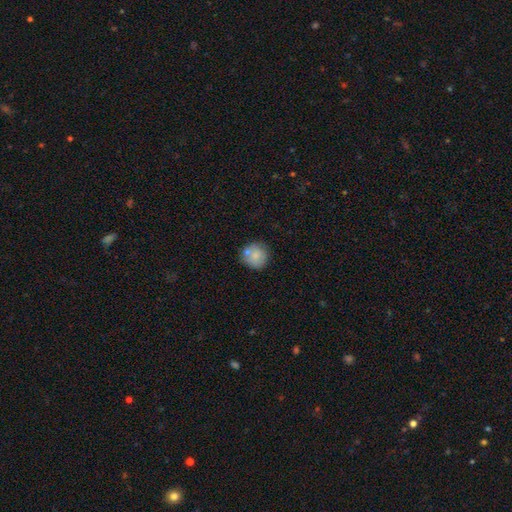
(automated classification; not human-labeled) Overall: smooth (79%). How rounded: round (91%). Merging: none (66%).